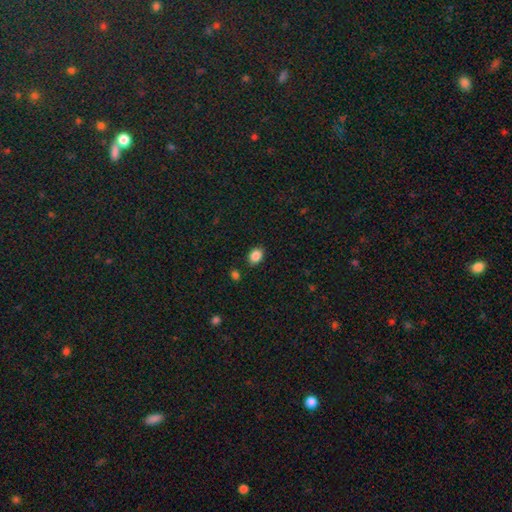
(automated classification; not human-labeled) Smooth or featured?
  - smooth: 87% *
  - star or artifact: 9%
  - featured or disk: 4%
How rounded?
  - in between: 72% *
  - round: 27%
  - cigar-shaped: 1%
Merging?
  - none: 86% *
  - minor disturbance: 9%
  - merger: 3%
  - major disturbance: 2%